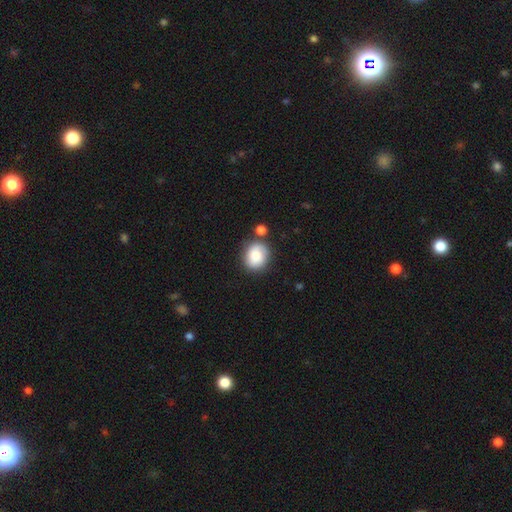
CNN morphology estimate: This is clearly a smooth galaxy (81%). How rounded: likely round (61%). Merging: likely none (67%).